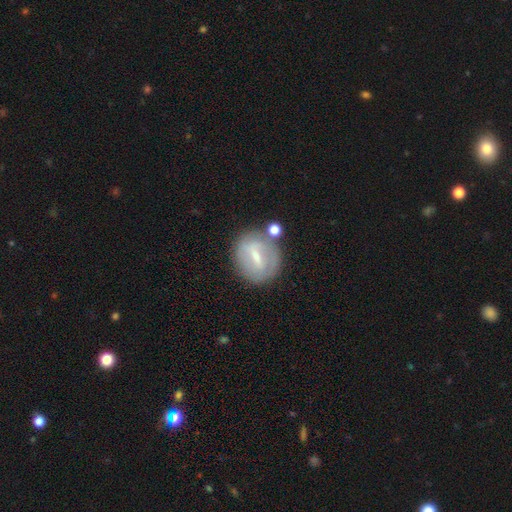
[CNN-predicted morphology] type=featured or disk (55%); edge-on=no (92%); merging=none (67%).